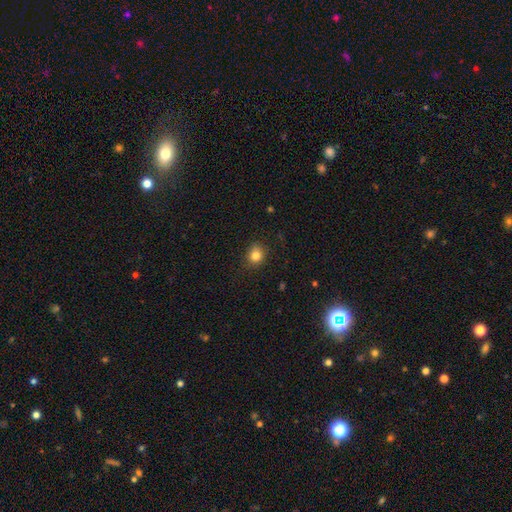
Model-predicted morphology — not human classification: Smooth or featured: smooth — 83% (star or artifact — 12%)
How rounded: round — 73% (in between — 26%)
Merging: none — 84% (minor disturbance — 12%)